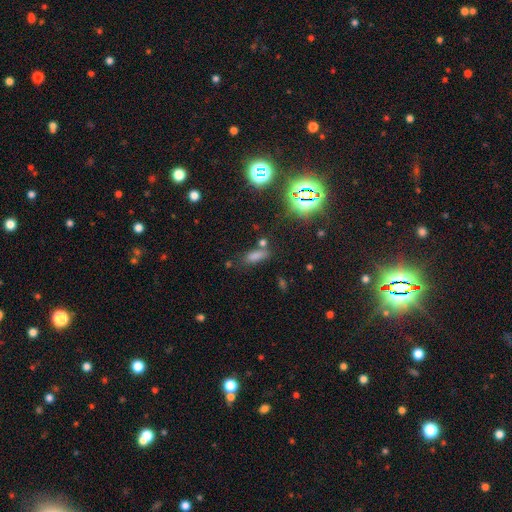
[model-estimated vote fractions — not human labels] Smooth or featured? smooth (70%)
How rounded? in between (65%)
Merging? none (61%)